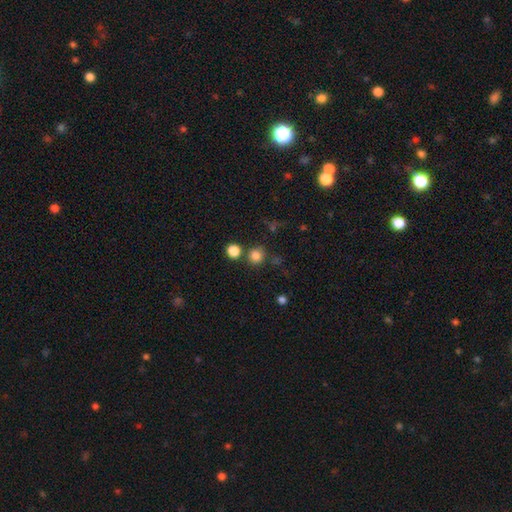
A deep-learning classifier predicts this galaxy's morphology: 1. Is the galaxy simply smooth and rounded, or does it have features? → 81% smooth, 15% star or artifact, 5% featured or disk.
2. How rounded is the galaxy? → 90% round, 9% in between, 1% cigar-shaped.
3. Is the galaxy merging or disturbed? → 77% none, 12% merger, 8% minor disturbance, 3% major disturbance.